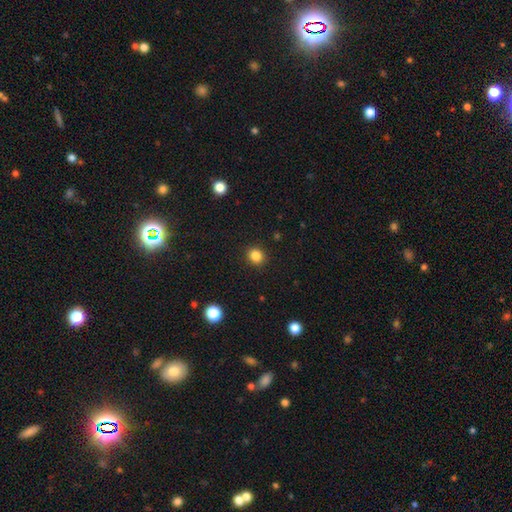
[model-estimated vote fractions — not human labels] A smooth galaxy with no disk features (85%) that is round (79%). Merging: none (91%).